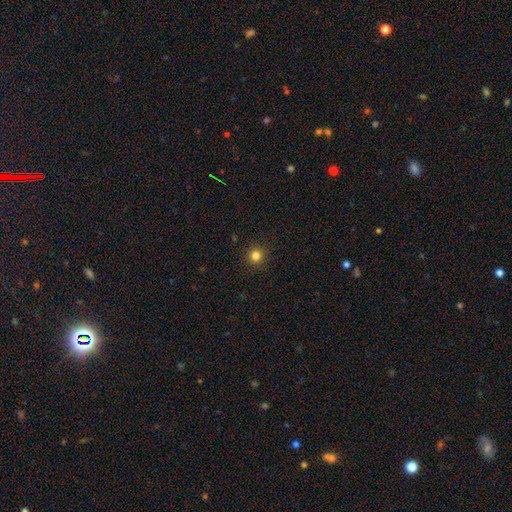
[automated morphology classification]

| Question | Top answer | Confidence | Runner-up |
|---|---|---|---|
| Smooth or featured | smooth | 81% | star or artifact (14%) |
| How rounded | round | 95% | in between (4%) |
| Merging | none | 92% | minor disturbance (5%) |